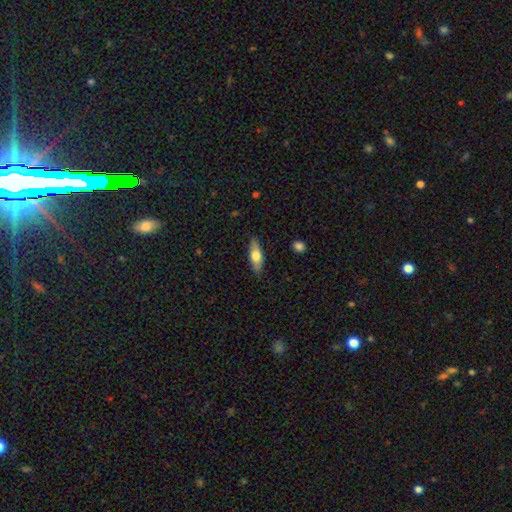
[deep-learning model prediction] smooth-or-featured: smooth: 62% | featured or disk: 32% | star or artifact: 6%
  how-rounded: in between: 57% | cigar-shaped: 40% | round: 3%
  merging: none: 87% | minor disturbance: 10% | major disturbance: 2% | merger: 1%